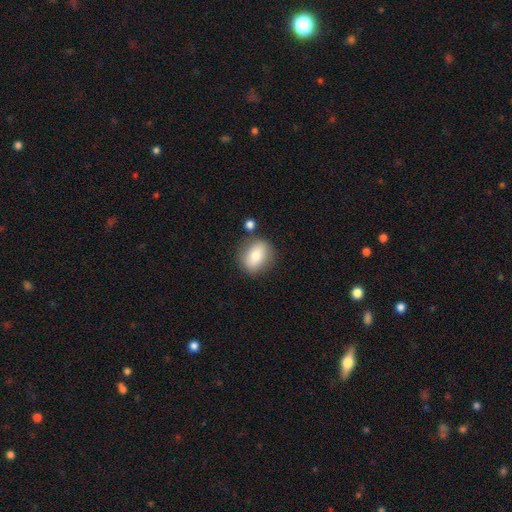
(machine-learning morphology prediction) type=smooth (74%); roundness=round (54%); merging=none (80%).